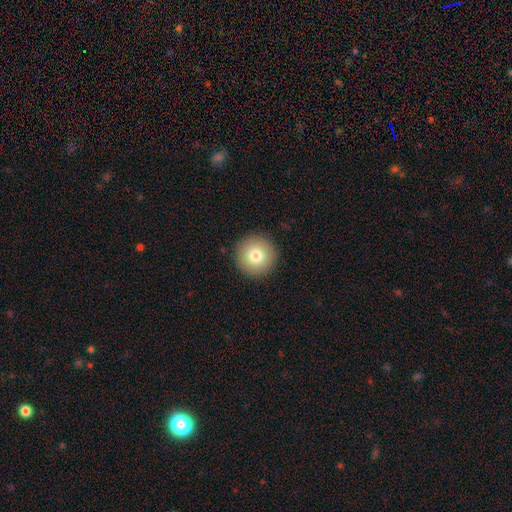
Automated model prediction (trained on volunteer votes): This appears to be a smooth galaxy with no disk features (79%) that is round (96%). Merging: none (92%).